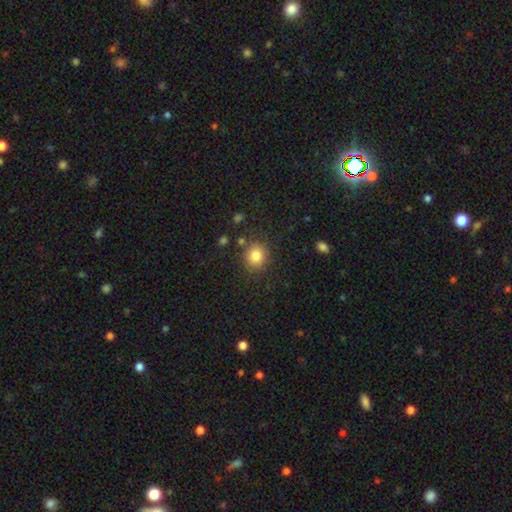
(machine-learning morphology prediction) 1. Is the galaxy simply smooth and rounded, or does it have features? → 83% smooth, 10% star or artifact, 6% featured or disk.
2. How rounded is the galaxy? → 79% round, 20% in between, 1% cigar-shaped.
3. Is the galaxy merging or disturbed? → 84% none, 9% minor disturbance, 3% major disturbance, 3% merger.